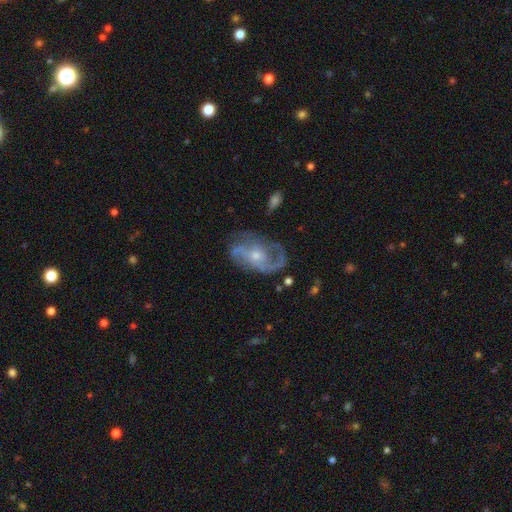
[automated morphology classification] The model was most divided on "spiral winding": medium: 47%, loose: 32%, tight: 21%. More confident: edge-on disk — no (97%); spiral arms — yes (92%); smooth or featured — featured or disk (84%); bar — no (64%); merging — none (61%); bulge size — small (56%); spiral arm count — 2 (55%).